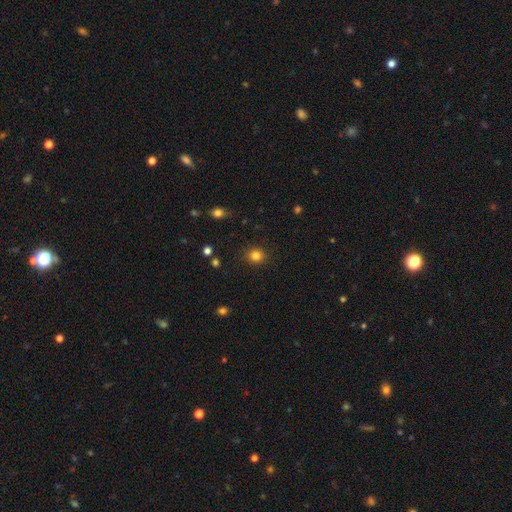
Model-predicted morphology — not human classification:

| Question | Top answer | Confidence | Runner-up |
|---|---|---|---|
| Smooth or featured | smooth | 83% | star or artifact (12%) |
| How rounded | round | 84% | in between (15%) |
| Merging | none | 89% | minor disturbance (7%) |